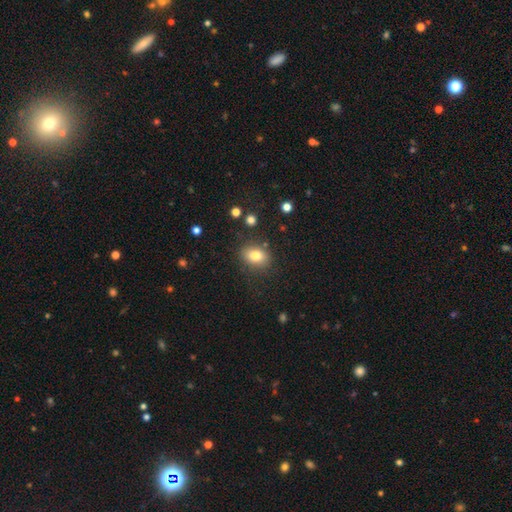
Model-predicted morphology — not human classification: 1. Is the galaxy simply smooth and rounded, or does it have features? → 80% smooth, 10% star or artifact, 10% featured or disk.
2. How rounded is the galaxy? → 66% in between, 33% round, 1% cigar-shaped.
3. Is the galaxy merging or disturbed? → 81% none, 12% minor disturbance, 4% major disturbance, 3% merger.